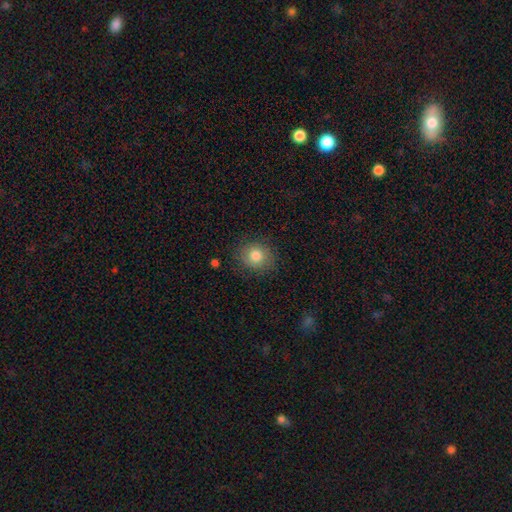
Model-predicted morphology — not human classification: A smooth galaxy with no disk features (81%) that is round (77%). Merging: none (84%).